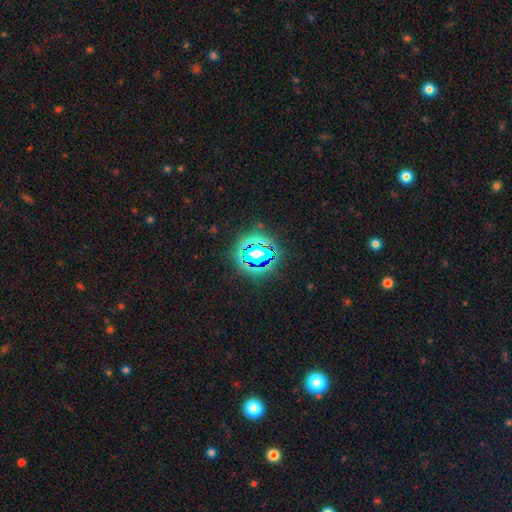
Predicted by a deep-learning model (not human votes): Overall: star or artifact (62%; smooth 24%).